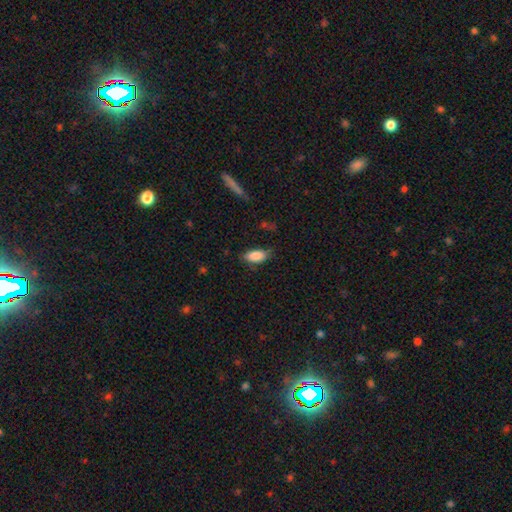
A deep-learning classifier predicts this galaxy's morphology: Q: Smooth or featured?
A: smooth (86%); runner-up: star or artifact (7%)
Q: How rounded?
A: in between (89%); runner-up: cigar-shaped (9%)
Q: Merging?
A: none (75%); runner-up: minor disturbance (19%)